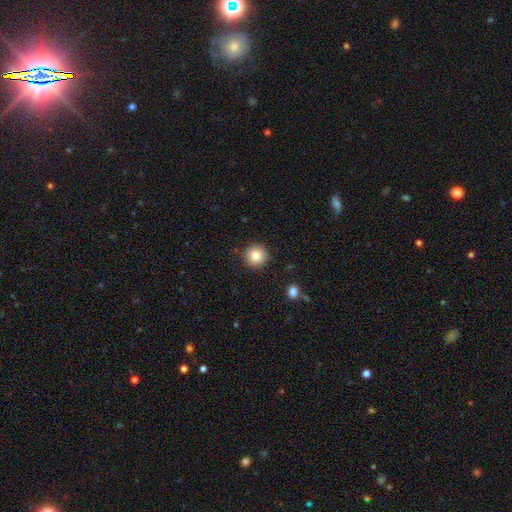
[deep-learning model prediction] smooth-or-featured: smooth: 84% | star or artifact: 9% | featured or disk: 7%
  how-rounded: round: 95% | in between: 4% | cigar-shaped: 1%
  merging: none: 90% | minor disturbance: 6% | major disturbance: 2% | merger: 2%